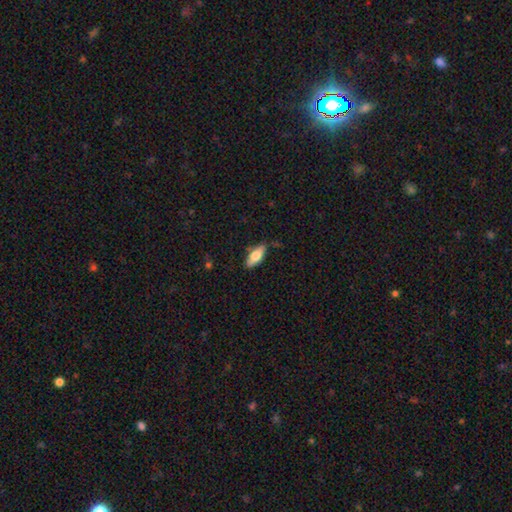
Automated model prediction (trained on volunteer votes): smooth 69%, featured or disk 25%, star or artifact 6%. Down the decision tree: how rounded — in between (77%); merging — none (80%).